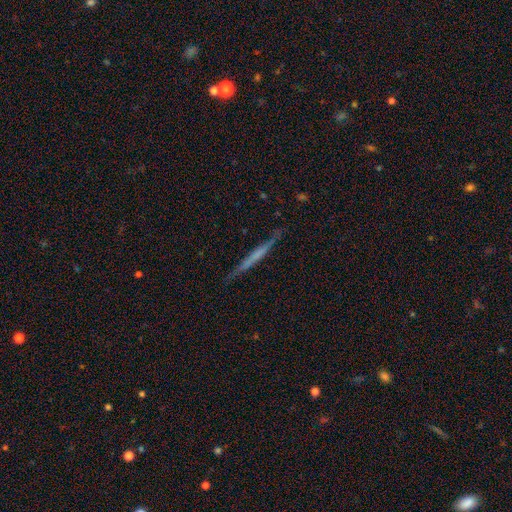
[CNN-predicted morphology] Overall: featured or disk (59%; smooth 35%). Edge-on disk: yes (96%). Edge-on bulge: none (73%). Merging: none (84%).